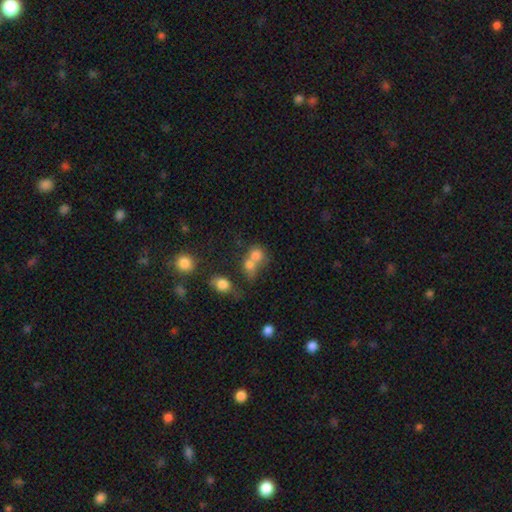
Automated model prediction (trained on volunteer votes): A smooth galaxy with no disk features (73%) that is round (69%).

Vote fractions:
- Smooth or featured? smooth: 73% / featured or disk: 14% / star or artifact: 13%
- How rounded? round: 69% / in between: 30% / cigar-shaped: 1%
- Merging? merger: 60% / none: 27% / minor disturbance: 7% / major disturbance: 5%